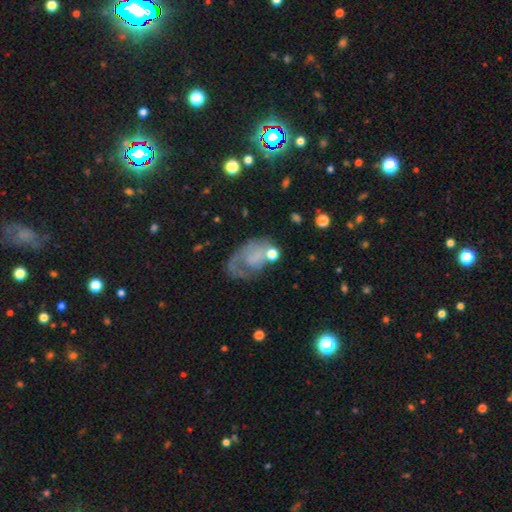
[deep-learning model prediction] A featured or disk galaxy (53%) with no bar (82%), spiral arms (56%) and no central bulge (64%). Merging: none (37%).